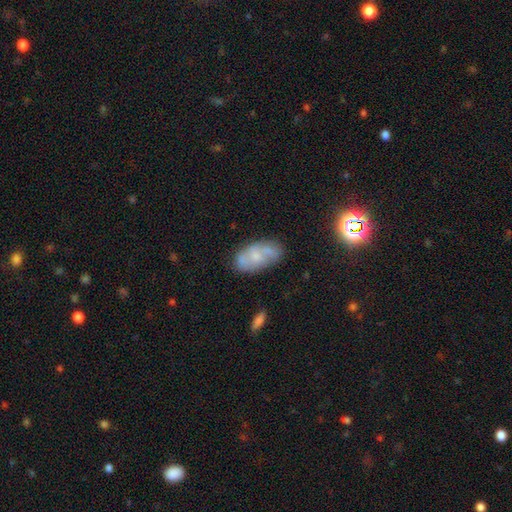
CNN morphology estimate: Q: Smooth or featured?
A: featured or disk (45%); tied with: smooth (45%)
Q: Merging?
A: none (60%); runner-up: minor disturbance (23%)